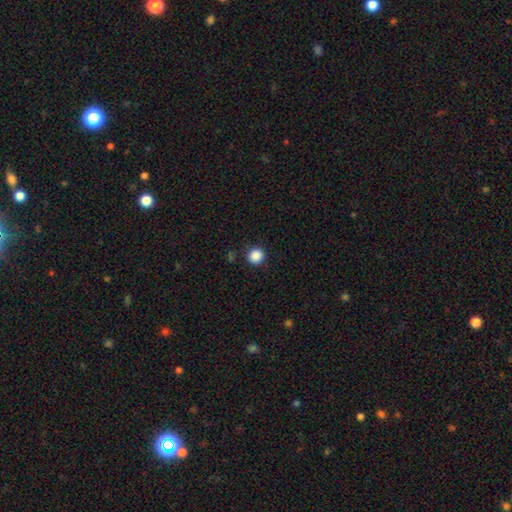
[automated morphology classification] smooth 88%, star or artifact 10%, featured or disk 2%. Down the decision tree: how rounded — round (92%); merging — none (90%).